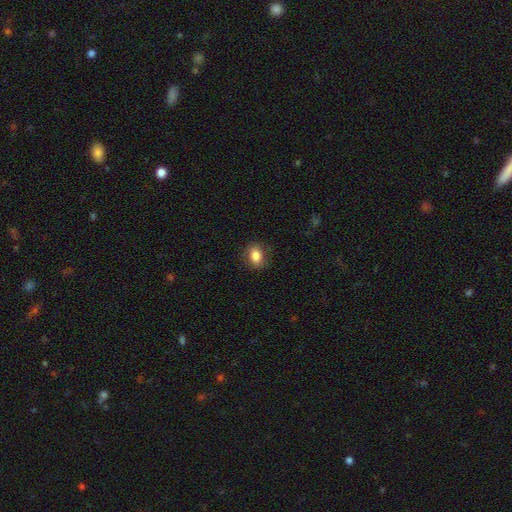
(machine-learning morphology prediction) This appears to be a smooth galaxy with no disk features (82%) that is in between round and cigar-shaped (64%). Merging: none (82%).